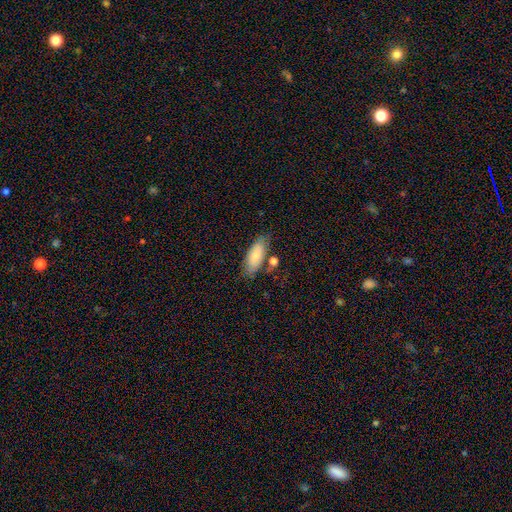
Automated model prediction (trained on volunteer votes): Q: Smooth or featured?
A: smooth (77%); runner-up: featured or disk (17%)
Q: How rounded?
A: in between (82%); runner-up: cigar-shaped (16%)
Q: Merging?
A: none (69%); runner-up: minor disturbance (18%)